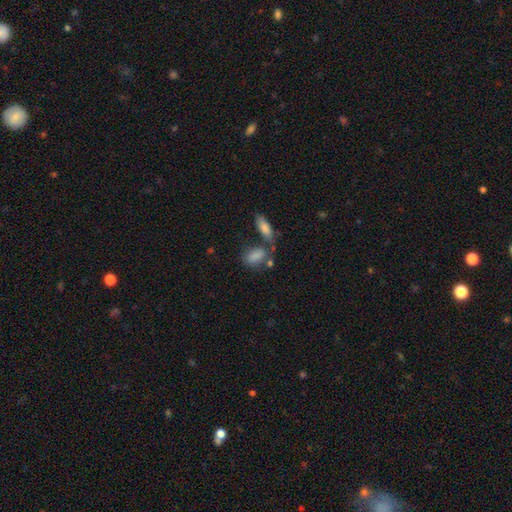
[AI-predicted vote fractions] smooth_or_featured: smooth (p=0.83) [alt: featured or disk p=0.09]
how_rounded: in between (p=0.84) [alt: cigar-shaped p=0.10]
merging: none (p=0.48) [alt: merger p=0.28]